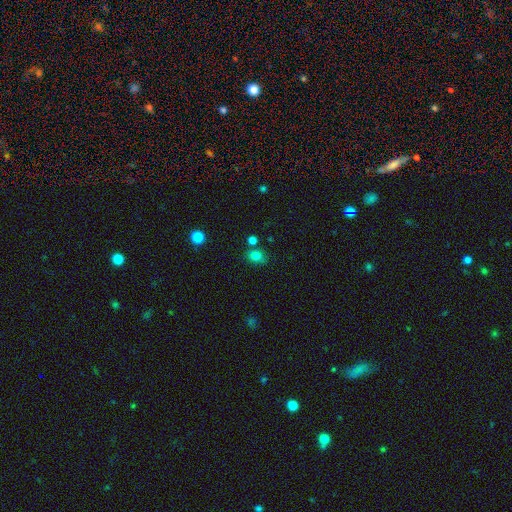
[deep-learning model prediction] Overall: smooth (78%). How rounded: in between (51%; round 48%). Merging: none (71%).